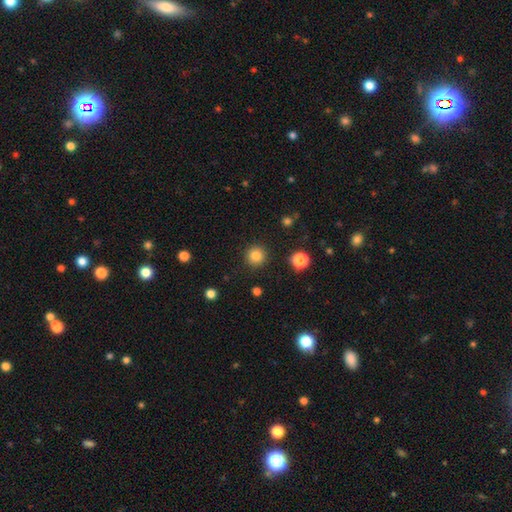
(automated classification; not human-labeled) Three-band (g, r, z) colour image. It shows a smooth galaxy with no disk features (84%) that is round (95%). Merging: none (91%).